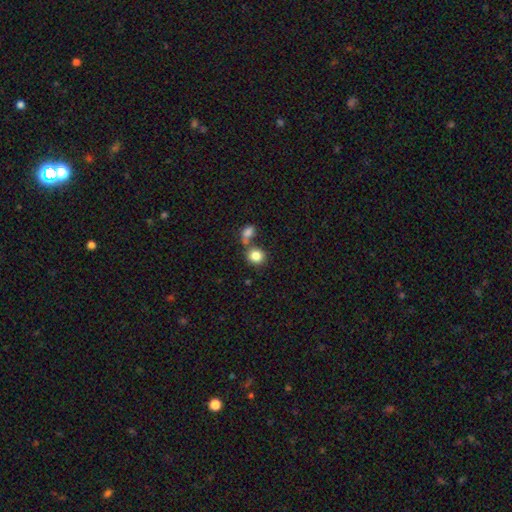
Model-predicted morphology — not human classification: smooth_or_featured: smooth (p=0.84) [alt: star or artifact p=0.09]
how_rounded: round (p=0.79) [alt: in between p=0.20]
merging: none (p=0.52) [alt: merger p=0.35]